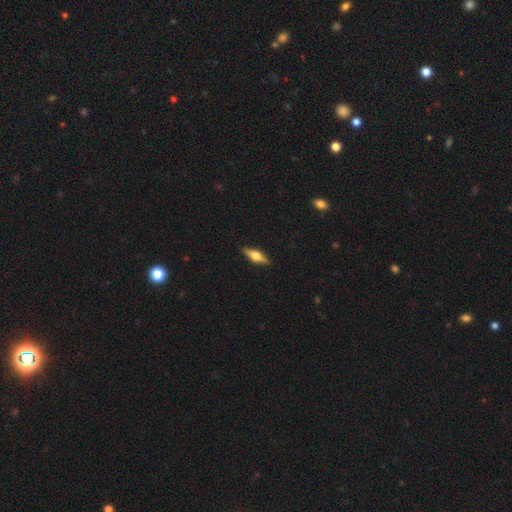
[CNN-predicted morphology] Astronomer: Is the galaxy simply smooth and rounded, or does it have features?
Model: featured or disk — 64%.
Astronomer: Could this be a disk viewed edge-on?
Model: yes — 96%.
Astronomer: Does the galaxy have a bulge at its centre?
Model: rounded — 94%.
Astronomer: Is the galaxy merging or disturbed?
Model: none — 91%.